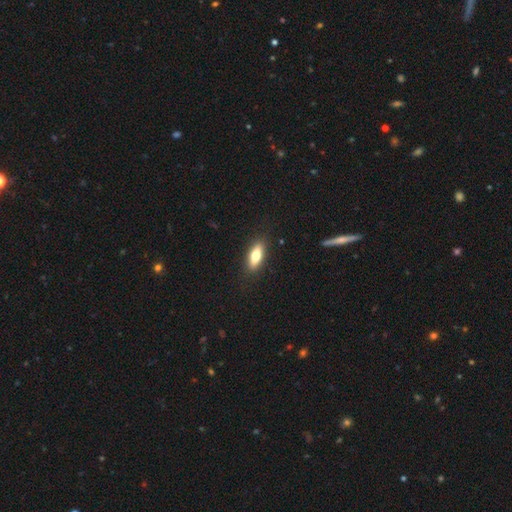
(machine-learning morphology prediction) This appears to be a smooth galaxy with no disk features (71%) that is in between round and cigar-shaped (69%). Merging: none (88%).